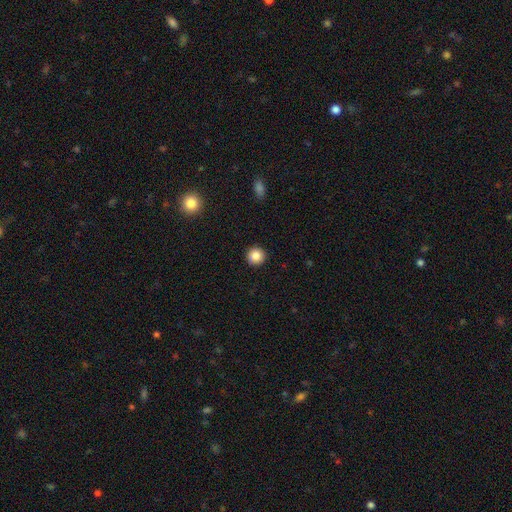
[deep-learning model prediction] Morphology: type=smooth (84%); roundness=round (95%); merging=none (92%).